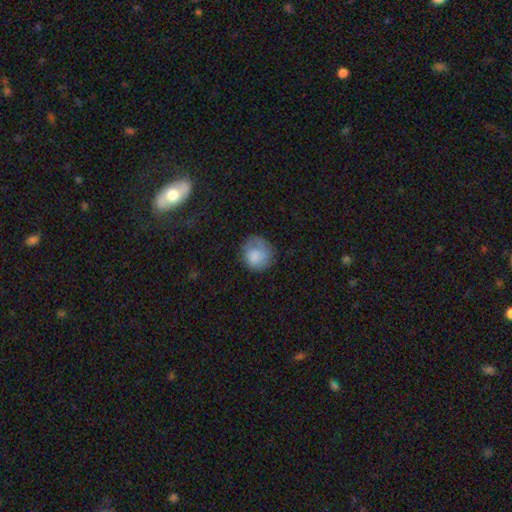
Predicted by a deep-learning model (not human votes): smooth_or_featured: smooth (p=0.78) [alt: featured or disk p=0.15]
how_rounded: round (p=0.83) [alt: in between p=0.16]
merging: none (p=0.61) [alt: minor disturbance p=0.25]